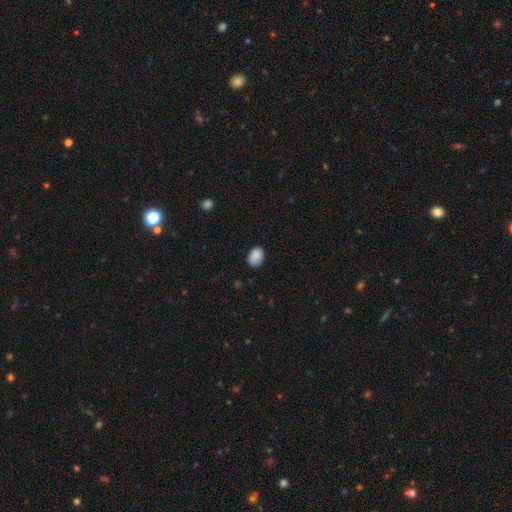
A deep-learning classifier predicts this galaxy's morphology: Smooth or featured: smooth — 88% (star or artifact — 8%)
How rounded: in between — 77% (round — 22%)
Merging: none — 79% (minor disturbance — 17%)